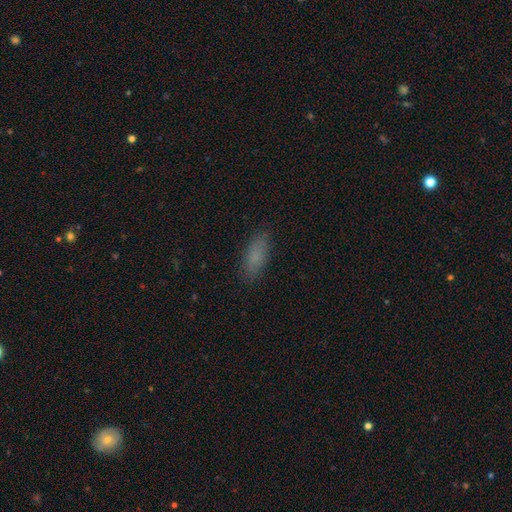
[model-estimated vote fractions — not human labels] A smooth galaxy with no disk features (83%) that is in between round and cigar-shaped (75%). Merging: none (85%).